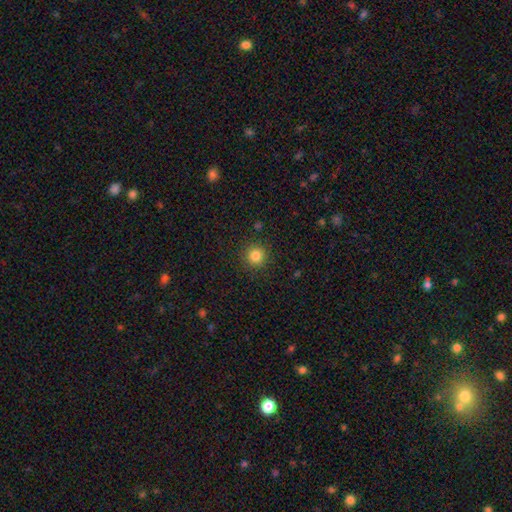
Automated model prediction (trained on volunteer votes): This is clearly a smooth galaxy (83%). How rounded: clearly round (94%). Merging: clearly none (91%).